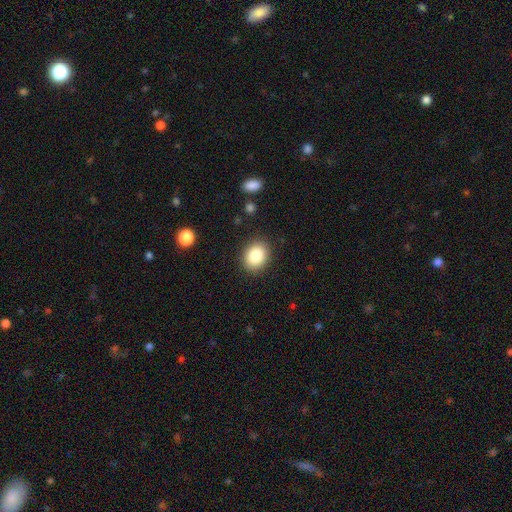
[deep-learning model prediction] Q: Smooth or featured?
A: smooth (86%); runner-up: star or artifact (8%)
Q: How rounded?
A: round (50%); runner-up: in between (49%)
Q: Merging?
A: none (88%); runner-up: minor disturbance (9%)